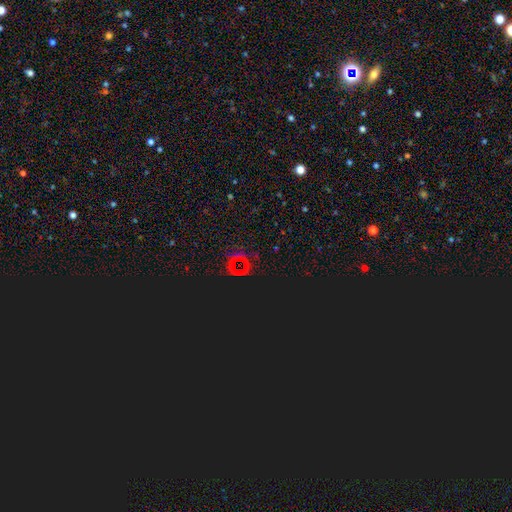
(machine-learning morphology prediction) This is likely a star or artifact rather than a galaxy (75%).